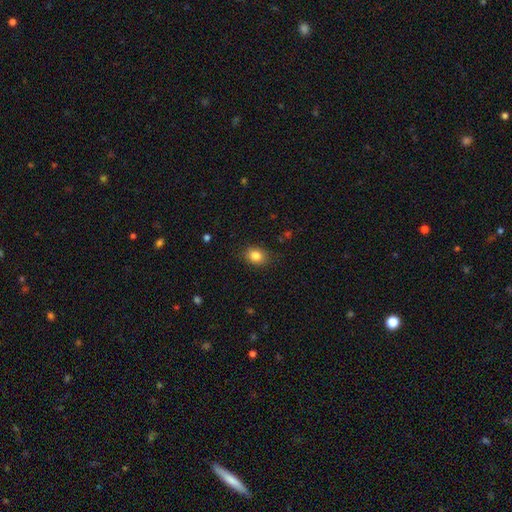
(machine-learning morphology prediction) smooth 84%, star or artifact 10%, featured or disk 6%. Down the decision tree: how rounded — in between (57%); merging — none (84%).